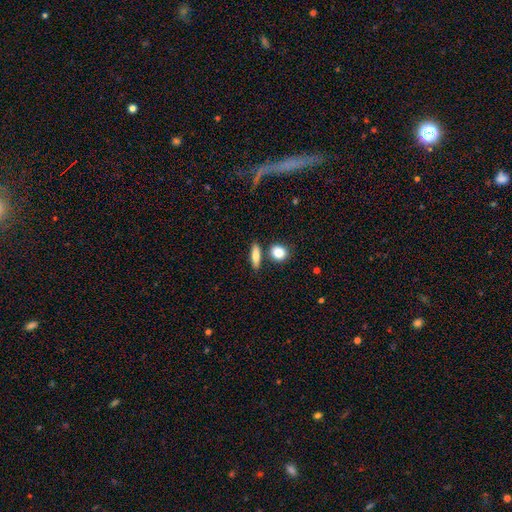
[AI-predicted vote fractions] A smooth galaxy with no disk features (75%) that is cigar-shaped (45%).

Vote fractions:
- Smooth or featured? smooth: 75% / featured or disk: 18% / star or artifact: 7%
- How rounded? cigar-shaped: 45% / in between: 43% / round: 12%
- Merging? none: 74% / merger: 13% / minor disturbance: 10% / major disturbance: 3%